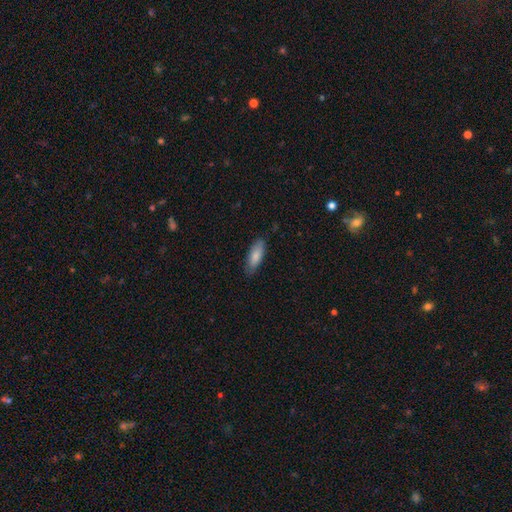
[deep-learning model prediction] smooth_or_featured: smooth (p=0.82) [alt: featured or disk p=0.13]
how_rounded: in between (p=0.67) [alt: cigar-shaped p=0.32]
merging: none (p=0.82) [alt: minor disturbance p=0.15]